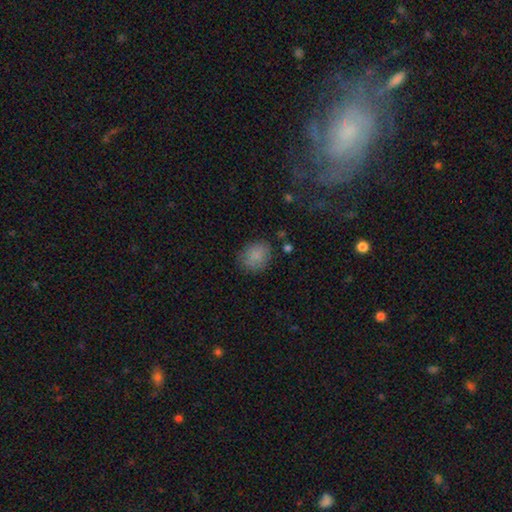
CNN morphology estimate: smooth-or-featured: smooth: 82% | star or artifact: 10% | featured or disk: 8%
  how-rounded: round: 51% | in between: 48% | cigar-shaped: 1%
  merging: none: 77% | minor disturbance: 15% | major disturbance: 5% | merger: 3%